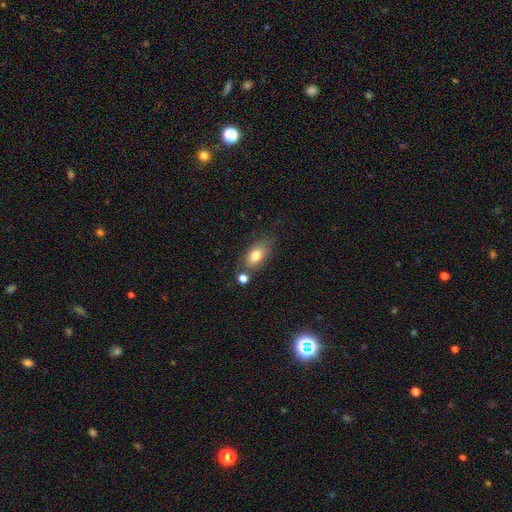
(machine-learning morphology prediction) The model was most divided on "merging": none: 62%, minor disturbance: 17%, merger: 15%, major disturbance: 6%. More confident: how rounded — in between (86%); smooth or featured — smooth (77%).